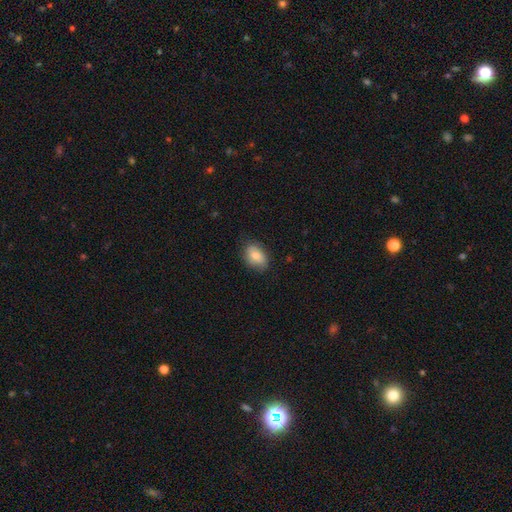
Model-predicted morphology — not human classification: Smooth or featured? Predicted: smooth (p=0.81). How rounded? Predicted: in between (p=0.87). Merging? Predicted: none (p=0.77).